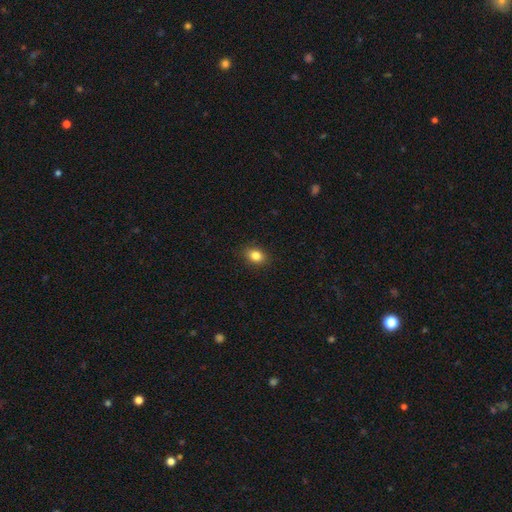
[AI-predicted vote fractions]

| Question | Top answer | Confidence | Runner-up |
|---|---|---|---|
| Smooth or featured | smooth | 83% | star or artifact (10%) |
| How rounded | in between | 61% | round (38%) |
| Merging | none | 89% | minor disturbance (8%) |